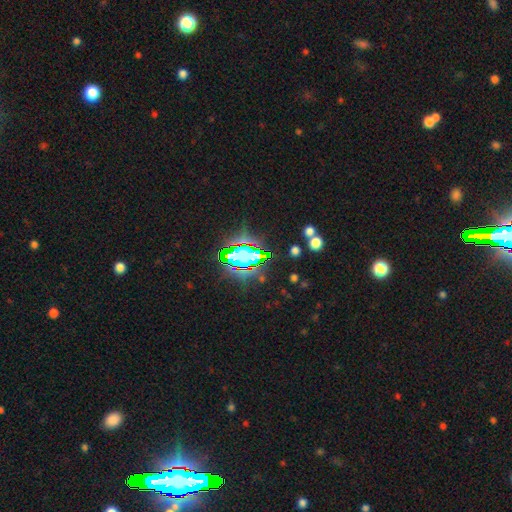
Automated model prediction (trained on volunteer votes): Q: Smooth or featured?
A: star or artifact (64%); runner-up: smooth (24%)